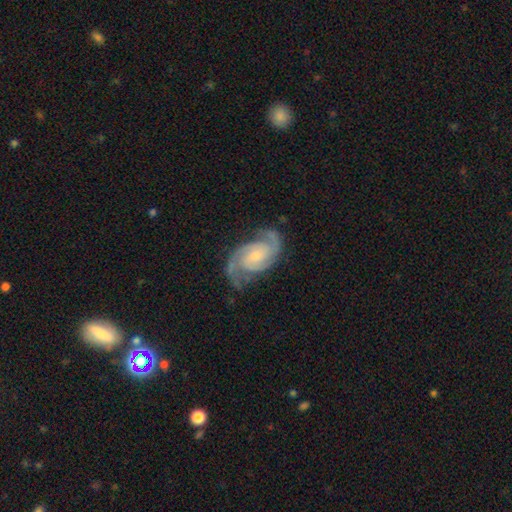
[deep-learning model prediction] Smooth or featured? featured or disk (91%)
Edge-on disk? no (98%)
Bar? no (58%)
Spiral arms? yes (98%)
Spiral winding? medium (50%)
Spiral arm count? 2 (81%)
Bulge size? small (56%)
Merging? none (74%)